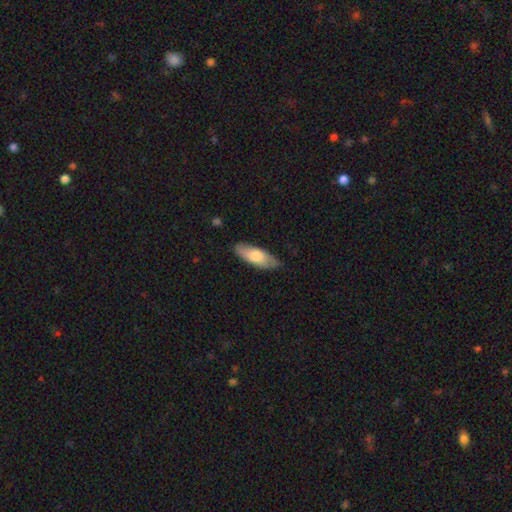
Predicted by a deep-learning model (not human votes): smooth_or_featured: smooth (p=0.71) [alt: featured or disk p=0.24]
how_rounded: in between (p=0.66) [alt: cigar-shaped p=0.32]
merging: none (p=0.82) [alt: minor disturbance p=0.15]